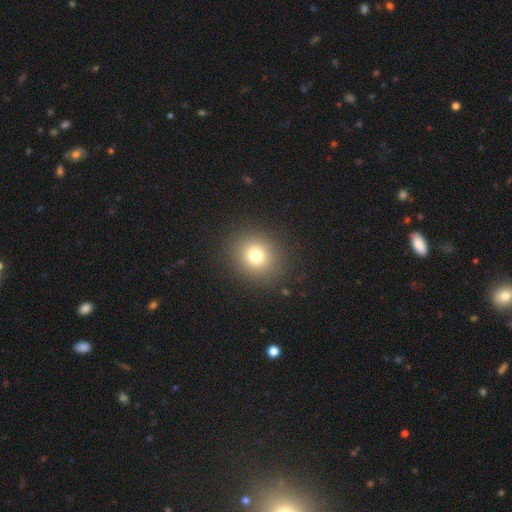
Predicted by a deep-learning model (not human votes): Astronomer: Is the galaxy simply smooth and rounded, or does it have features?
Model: smooth — 75%.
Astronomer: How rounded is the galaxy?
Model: round — 79%.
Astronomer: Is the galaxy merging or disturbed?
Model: none — 89%.